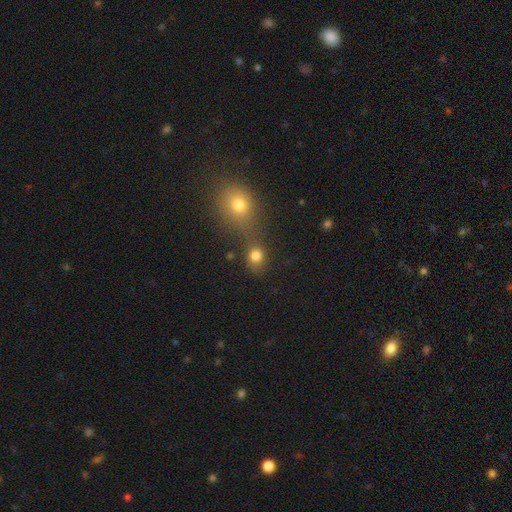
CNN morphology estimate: This is likely a smooth galaxy (79%). How rounded: likely round (70%). Merging: possibly none (50%).